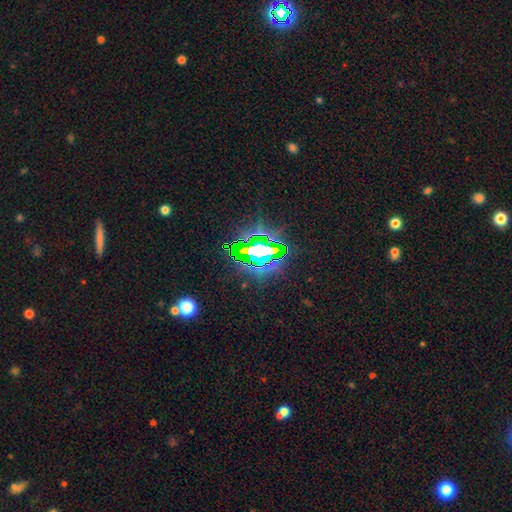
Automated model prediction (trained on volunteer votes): A star or artifact, not a galaxy (72%).